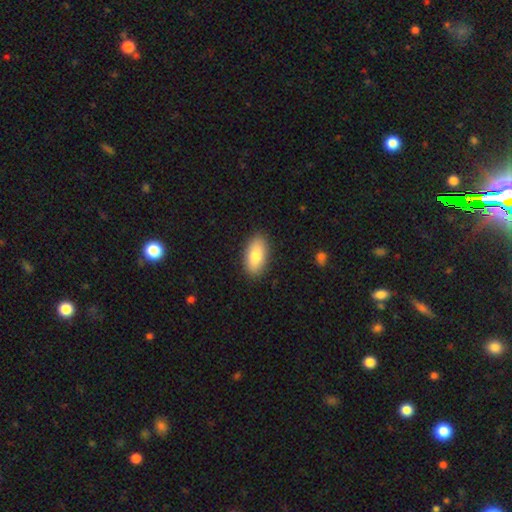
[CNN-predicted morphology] Smooth or featured?
  - smooth: 80% *
  - featured or disk: 14%
  - star or artifact: 6%
How rounded?
  - in between: 91% *
  - cigar-shaped: 5%
  - round: 4%
Merging?
  - none: 88% *
  - minor disturbance: 9%
  - major disturbance: 2%
  - merger: 1%